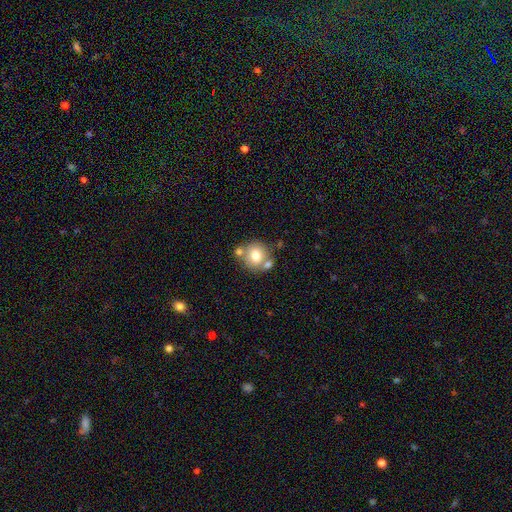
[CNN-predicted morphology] smooth 71%, featured or disk 19%, star or artifact 10%. Down the decision tree: how rounded — round (85%); merging — none (62%).